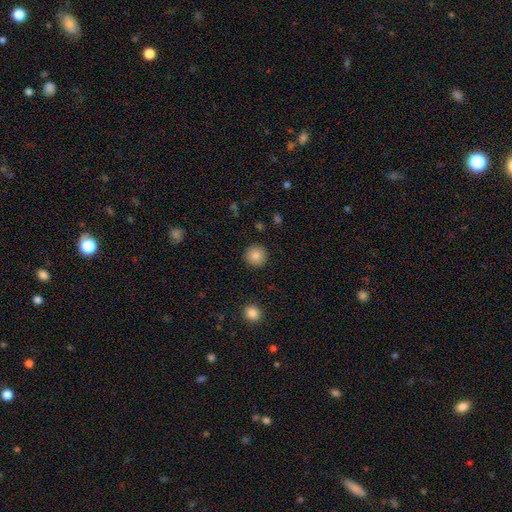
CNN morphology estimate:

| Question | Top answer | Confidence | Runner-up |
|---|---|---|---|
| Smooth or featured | smooth | 87% | star or artifact (9%) |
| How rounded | round | 95% | in between (4%) |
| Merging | none | 91% | minor disturbance (6%) |